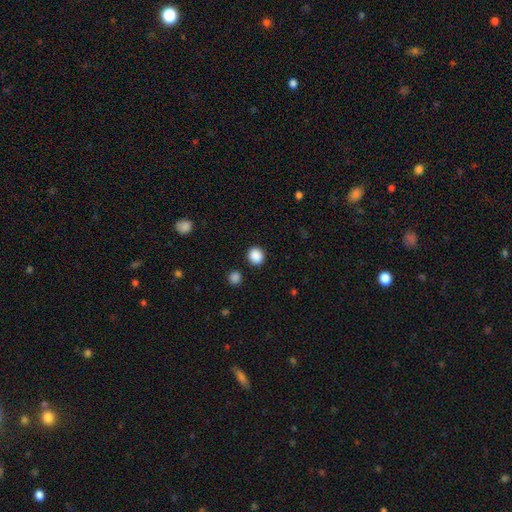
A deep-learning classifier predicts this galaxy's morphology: A smooth galaxy with no disk features (88%) that is round (87%).

Vote fractions:
- Smooth or featured? smooth: 88% / star or artifact: 10% / featured or disk: 3%
- How rounded? round: 87% / in between: 12% / cigar-shaped: 1%
- Merging? none: 89% / minor disturbance: 6% / merger: 2% / major disturbance: 2%